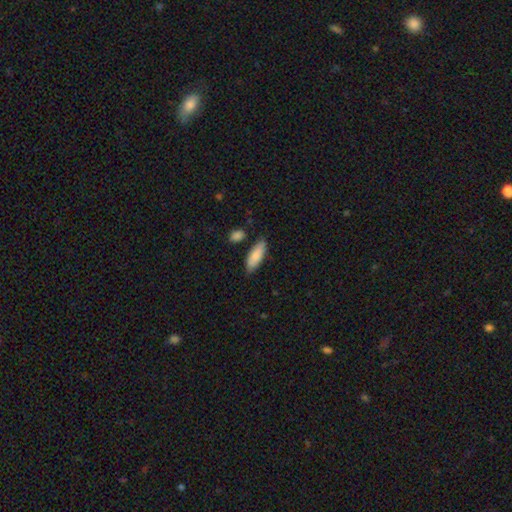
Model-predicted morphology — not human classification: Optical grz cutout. It shows a smooth galaxy with no disk features (84%) that is in between round and cigar-shaped (67%). Merging: none (81%).